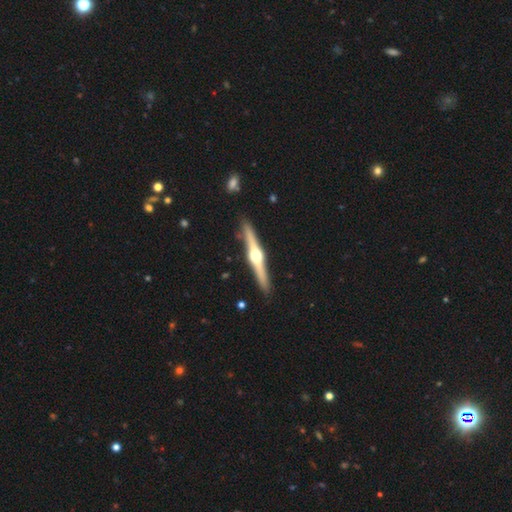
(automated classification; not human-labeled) A featured or disk galaxy (80%) viewed edge-on (98%) with a rounded central bulge (96%). Merging: none (90%).